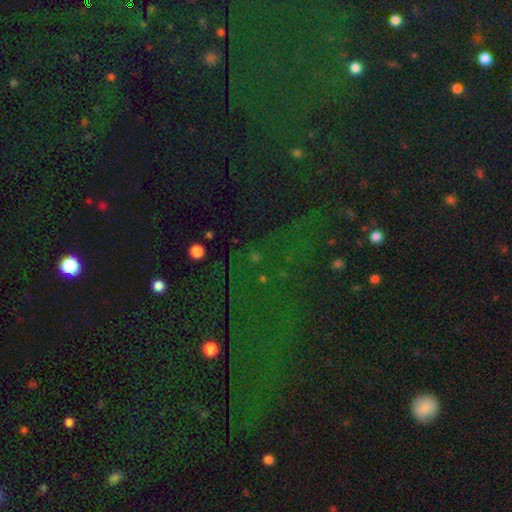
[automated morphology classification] type=star or artifact (73%).